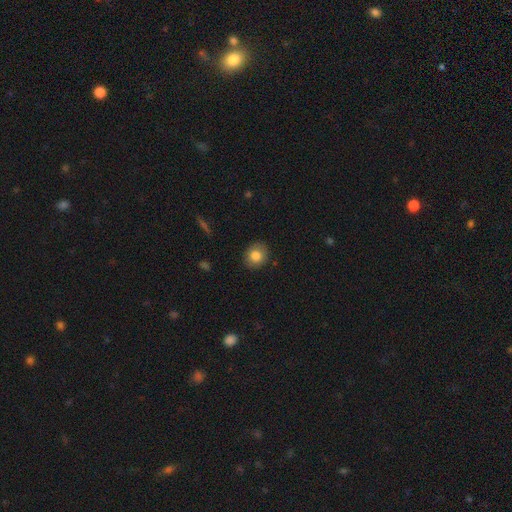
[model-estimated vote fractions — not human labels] Smooth or featured? smooth (82%)
How rounded? round (71%)
Merging? none (88%)